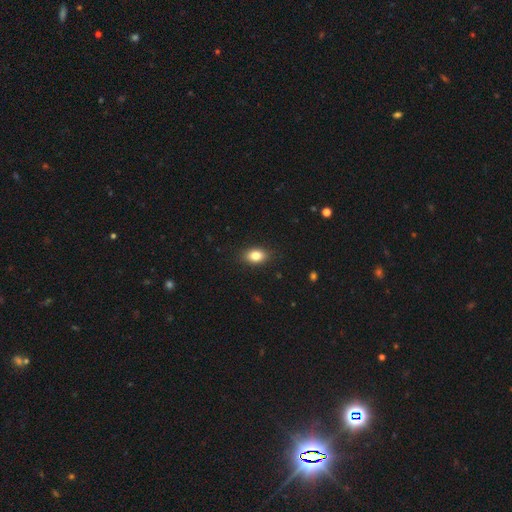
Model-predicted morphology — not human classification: The model was most divided on "how rounded": in between: 81%, round: 18%, cigar-shaped: 2%. More confident: merging — none (89%); smooth or featured — smooth (83%).